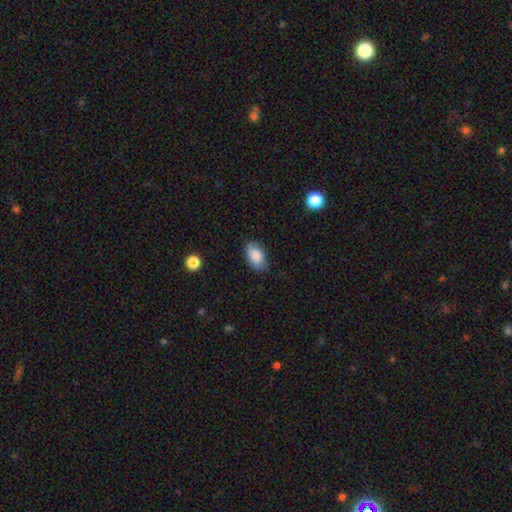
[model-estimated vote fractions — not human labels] Smooth or featured: smooth — 87% (star or artifact — 7%)
How rounded: in between — 93% (round — 6%)
Merging: none — 82% (minor disturbance — 14%)